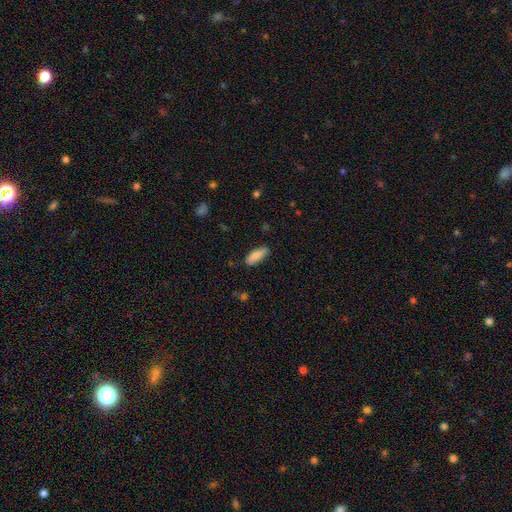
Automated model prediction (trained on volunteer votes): A smooth galaxy with no disk features (87%) that is in between round and cigar-shaped (65%).

Vote fractions:
- Smooth or featured? smooth: 87% / featured or disk: 7% / star or artifact: 6%
- How rounded? in between: 65% / cigar-shaped: 33% / round: 2%
- Merging? none: 80% / minor disturbance: 16% / major disturbance: 3% / merger: 2%